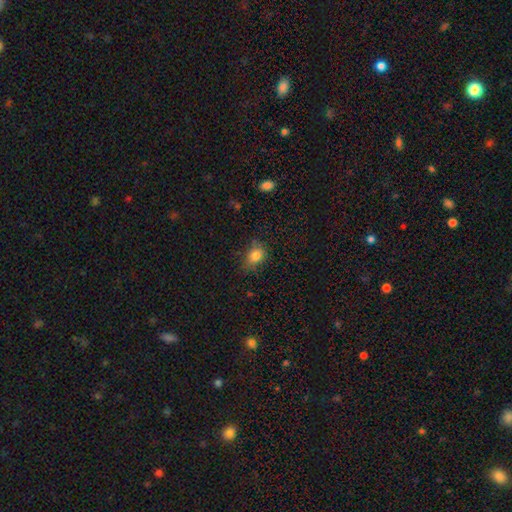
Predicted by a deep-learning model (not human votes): smooth_or_featured: smooth (p=0.81) [alt: star or artifact p=0.12]
how_rounded: in between (p=0.52) [alt: round p=0.46]
merging: none (p=0.64) [alt: minor disturbance p=0.26]